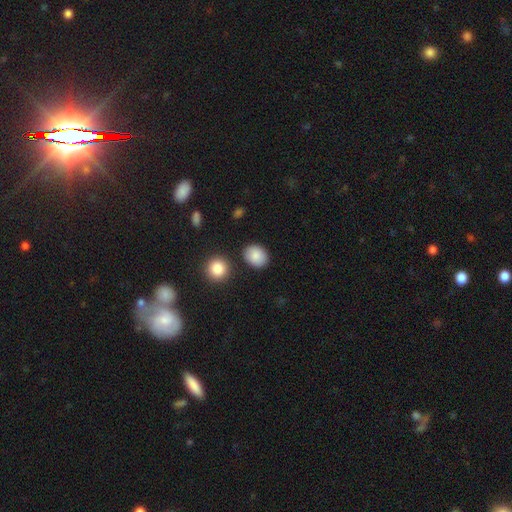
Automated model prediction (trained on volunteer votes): Morphology: type=smooth (88%); roundness=round (53%); merging=none (85%).